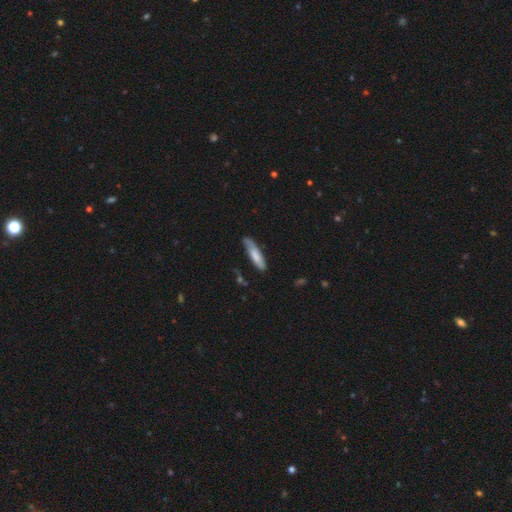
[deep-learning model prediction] Smooth or featured? smooth (71%)
How rounded? cigar-shaped (76%)
Merging? none (71%)